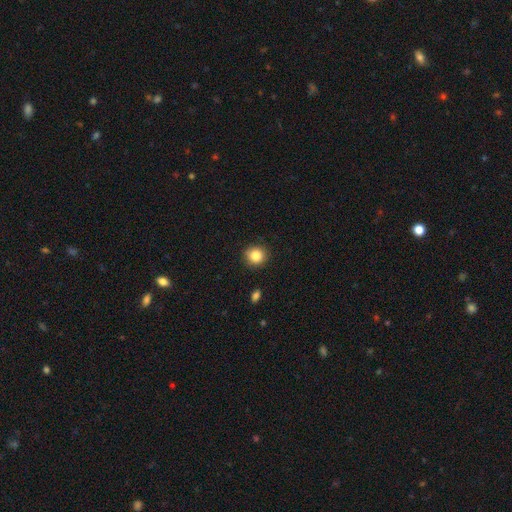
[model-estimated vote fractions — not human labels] Overall: smooth (85%). How rounded: round (87%). Merging: none (88%).